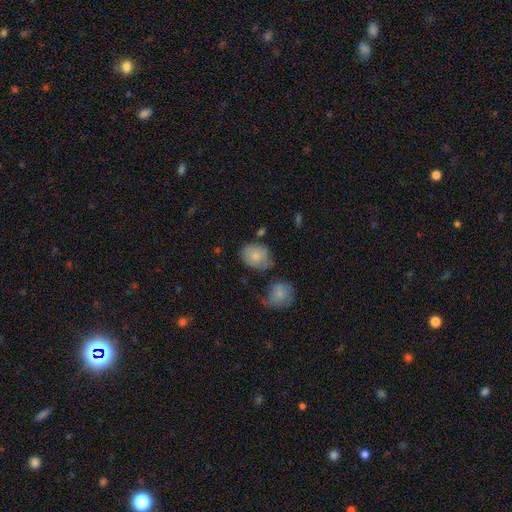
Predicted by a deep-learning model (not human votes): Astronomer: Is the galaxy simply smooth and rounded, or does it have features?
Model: smooth — 79%.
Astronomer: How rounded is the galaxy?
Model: in between — 55% (runner-up: round, 44%).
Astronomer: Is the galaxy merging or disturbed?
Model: none — 59%.